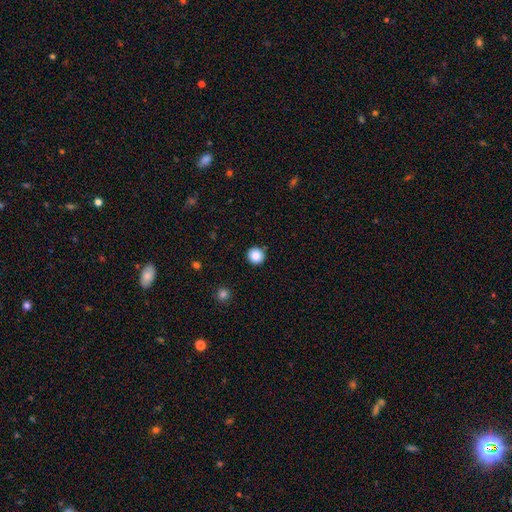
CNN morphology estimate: The model was most divided on "smooth or featured": smooth: 86%, star or artifact: 10%, featured or disk: 4%. More confident: how rounded — round (95%); merging — none (91%).